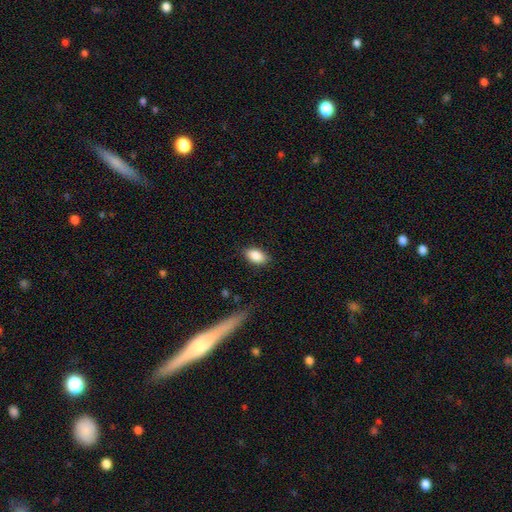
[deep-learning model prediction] A smooth galaxy with no disk features (87%) that is in between round and cigar-shaped (90%).

Vote fractions:
- Smooth or featured? smooth: 87% / star or artifact: 7% / featured or disk: 6%
- How rounded? in between: 90% / round: 7% / cigar-shaped: 3%
- Merging? none: 83% / minor disturbance: 13% / major disturbance: 3% / merger: 1%